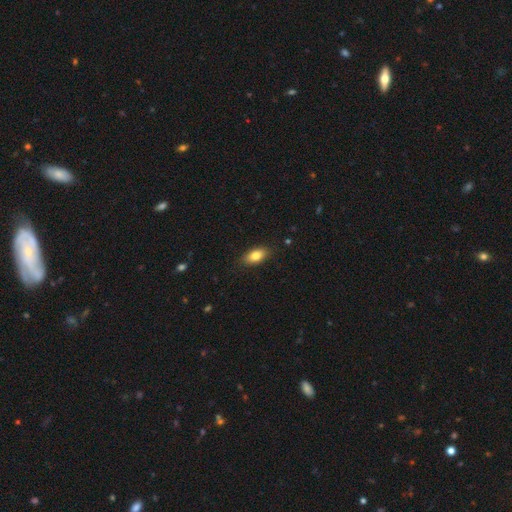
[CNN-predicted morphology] Smooth or featured? Predicted: smooth (p=0.82). How rounded? Predicted: in between (p=0.88). Merging? Predicted: none (p=0.85).